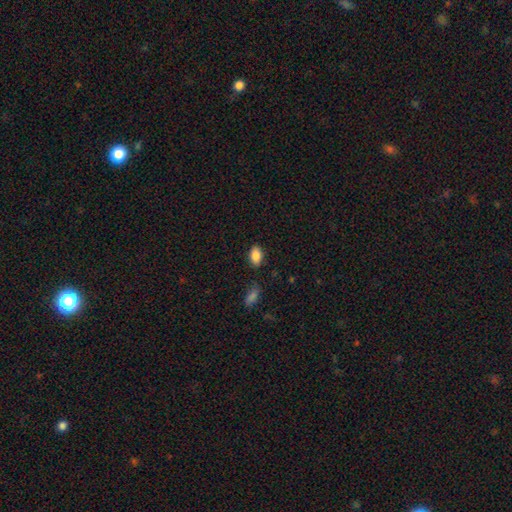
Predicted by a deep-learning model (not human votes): Smooth or featured?
  - smooth: 87% *
  - star or artifact: 8%
  - featured or disk: 5%
How rounded?
  - in between: 91% *
  - round: 7%
  - cigar-shaped: 2%
Merging?
  - none: 84% *
  - minor disturbance: 12%
  - major disturbance: 3%
  - merger: 2%